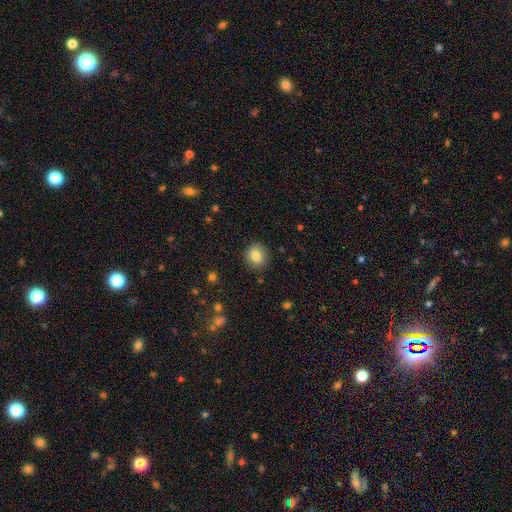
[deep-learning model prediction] A smooth galaxy with no disk features (84%) that is round (78%). Merging: none (88%).